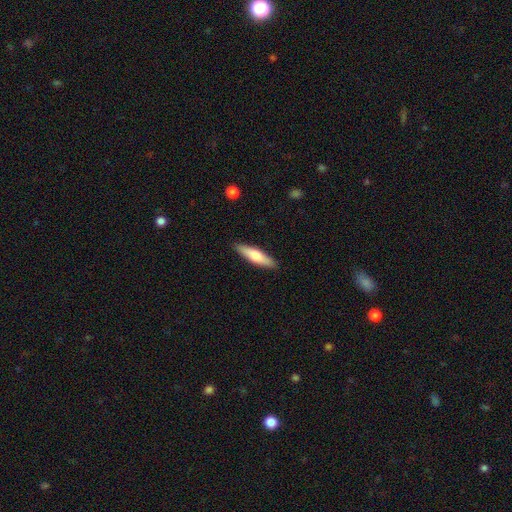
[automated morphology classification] Smooth or featured?
  - smooth: 66% *
  - featured or disk: 28%
  - star or artifact: 5%
How rounded?
  - cigar-shaped: 72% *
  - in between: 27%
  - round: 2%
Merging?
  - none: 89% *
  - minor disturbance: 8%
  - major disturbance: 2%
  - merger: 1%